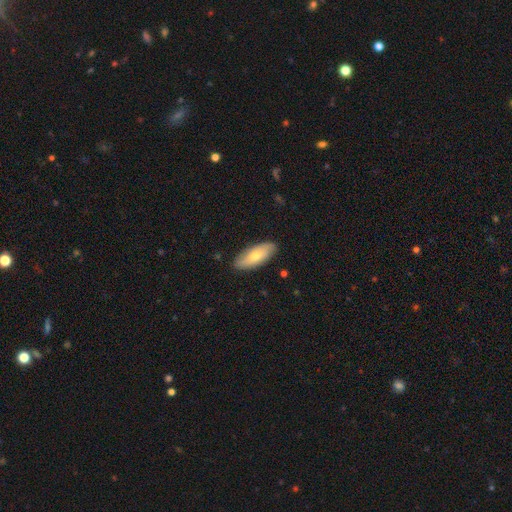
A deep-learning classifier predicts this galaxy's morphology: Overall: smooth (71%). How rounded: in between (79%). Merging: none (86%).